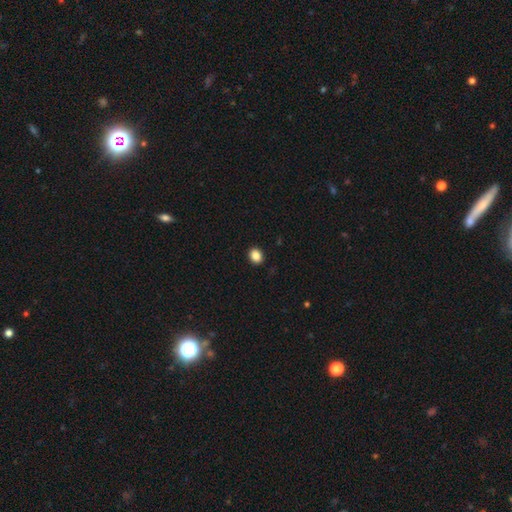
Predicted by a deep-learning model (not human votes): Smooth or featured? smooth (87%)
How rounded? round (56%)
Merging? none (92%)